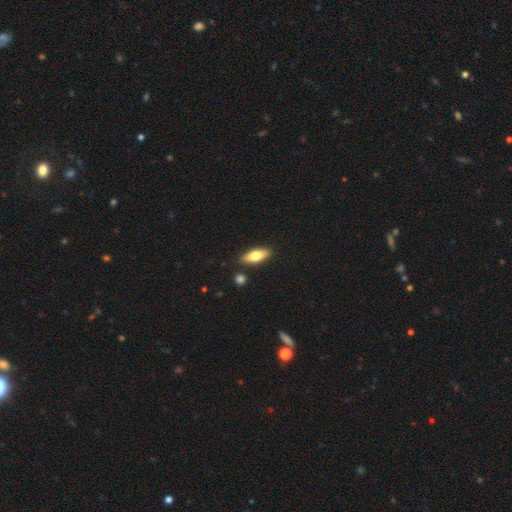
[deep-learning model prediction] Smooth or featured? Predicted: smooth (p=0.70). How rounded? Predicted: in between (p=0.72). Merging? Predicted: none (p=0.86).